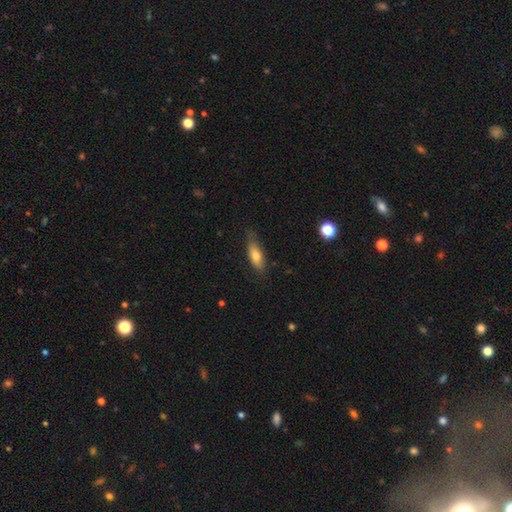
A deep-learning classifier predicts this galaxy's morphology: Smooth or featured? smooth (72%)
How rounded? in between (58%)
Merging? none (71%)